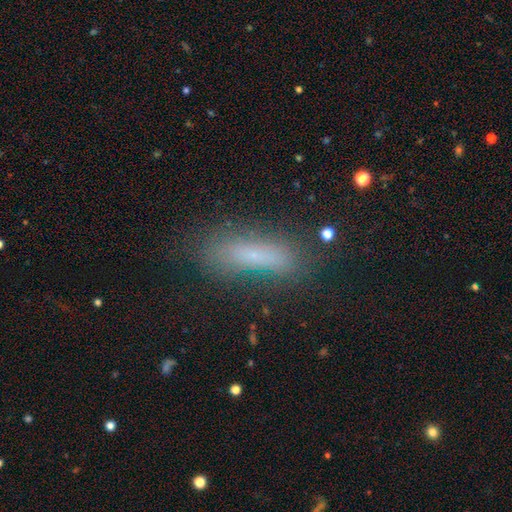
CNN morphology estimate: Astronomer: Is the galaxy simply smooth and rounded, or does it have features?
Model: smooth — 69%.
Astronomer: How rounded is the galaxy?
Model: cigar-shaped — 66%.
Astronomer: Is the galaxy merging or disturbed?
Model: none — 79%.